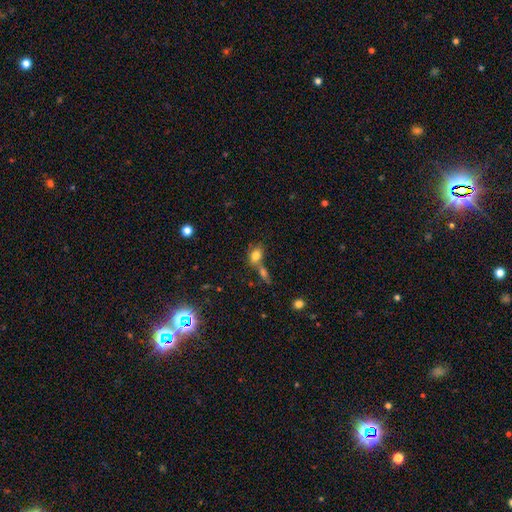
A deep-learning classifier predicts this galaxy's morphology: smooth_or_featured: smooth (p=0.79) [alt: star or artifact p=0.11]
how_rounded: in between (p=0.71) [alt: round p=0.26]
merging: none (p=0.46) [alt: merger p=0.37]